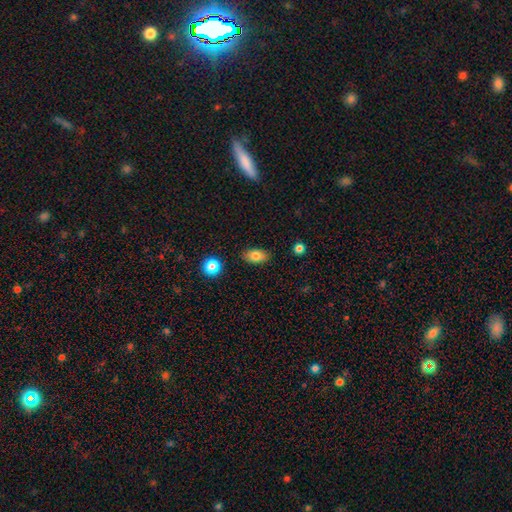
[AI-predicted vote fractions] This appears to be a smooth galaxy with no disk features (80%) that is in between round and cigar-shaped (87%). Merging: none (86%).